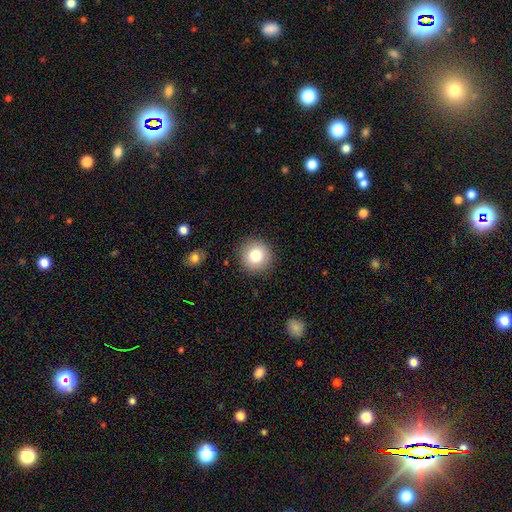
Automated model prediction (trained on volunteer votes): Smooth or featured? Predicted: smooth (p=0.80). How rounded? Predicted: round (p=0.94). Merging? Predicted: none (p=0.89).